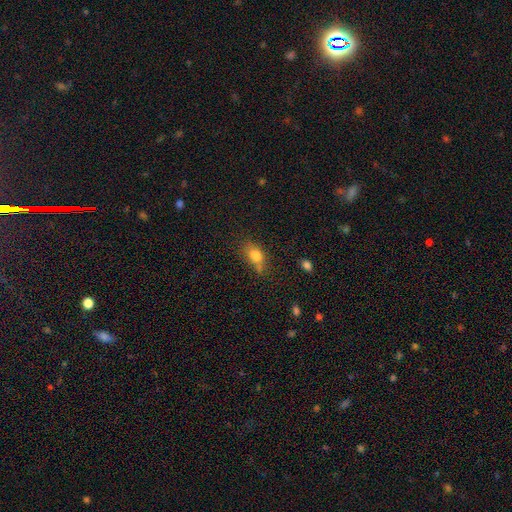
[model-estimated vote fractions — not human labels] Smooth or featured? smooth (77%)
How rounded? in between (74%)
Merging? none (53%)